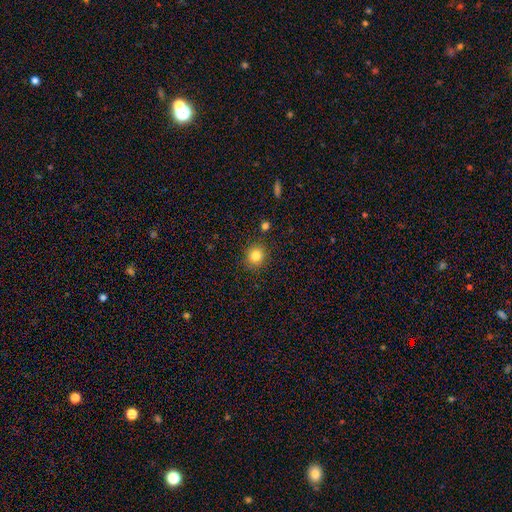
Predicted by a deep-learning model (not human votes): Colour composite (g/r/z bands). It shows a smooth galaxy with no disk features (82%) that is round (85%). Merging: none (88%).